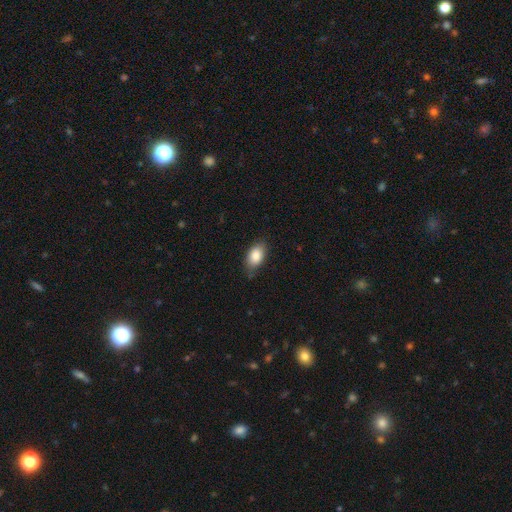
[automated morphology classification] smooth_or_featured: smooth (p=0.85) [alt: featured or disk p=0.08]
how_rounded: in between (p=0.91) [alt: round p=0.07]
merging: none (p=0.75) [alt: minor disturbance p=0.21]